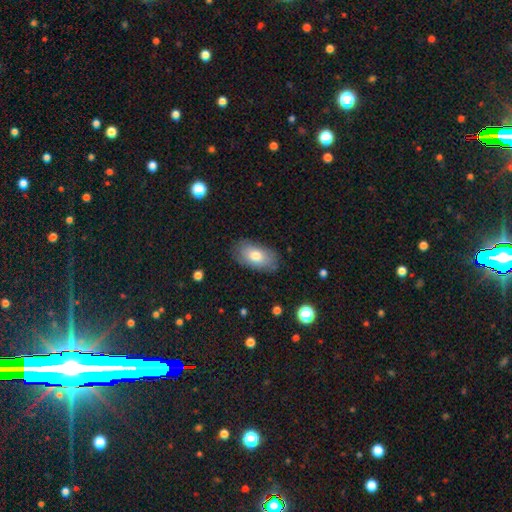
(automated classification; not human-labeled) Morphology: type=smooth (74%); roundness=in between (93%); merging=none (81%).